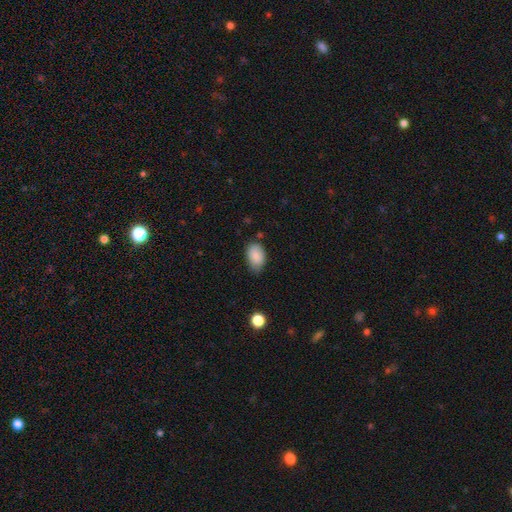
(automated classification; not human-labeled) Overall: smooth (86%). How rounded: in between (89%). Merging: none (62%; minor disturbance 31%).